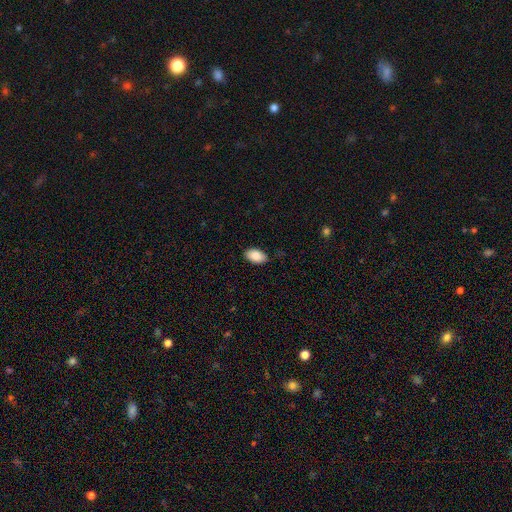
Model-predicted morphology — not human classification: A smooth galaxy with no disk features (87%) that is in between round and cigar-shaped (94%). Merging: none (83%).